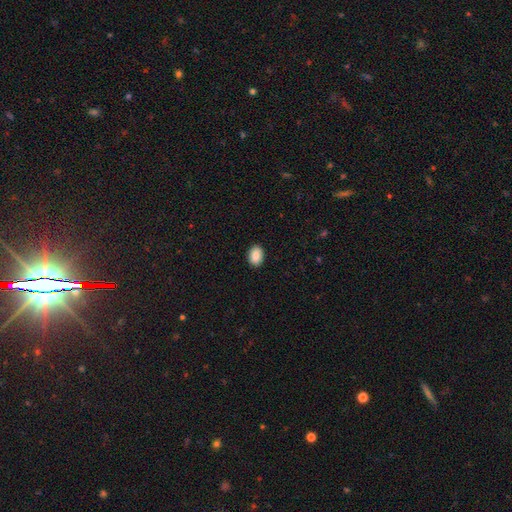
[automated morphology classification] This appears to be a smooth galaxy with no disk features (88%) that is in between round and cigar-shaped (78%). Merging: none (90%).